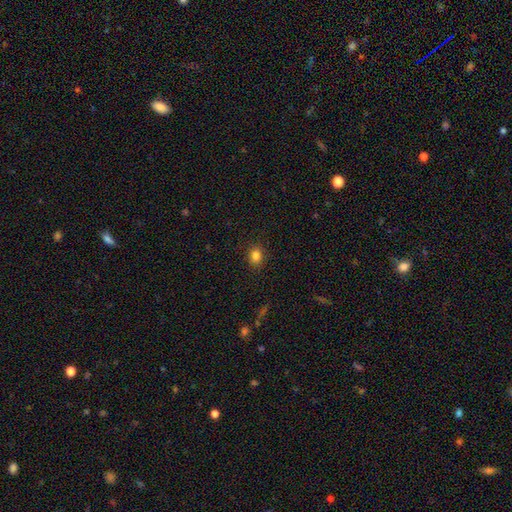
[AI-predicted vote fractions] smooth 82%, star or artifact 12%, featured or disk 5%. Down the decision tree: how rounded — round (58%); merging — none (89%).